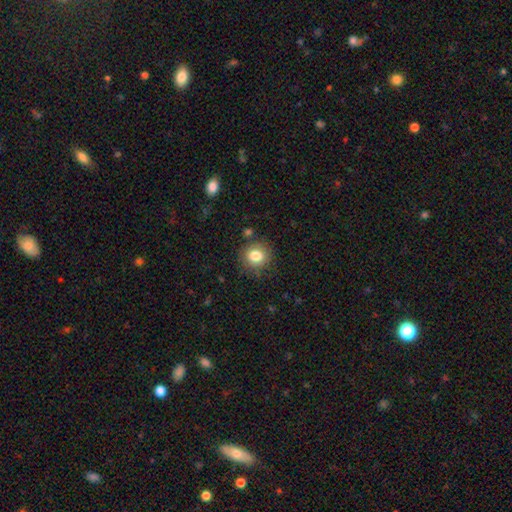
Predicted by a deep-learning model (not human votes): smooth-or-featured: smooth: 82% | star or artifact: 10% | featured or disk: 8%
  how-rounded: round: 82% | in between: 17% | cigar-shaped: 1%
  merging: none: 84% | minor disturbance: 10% | major disturbance: 3% | merger: 2%